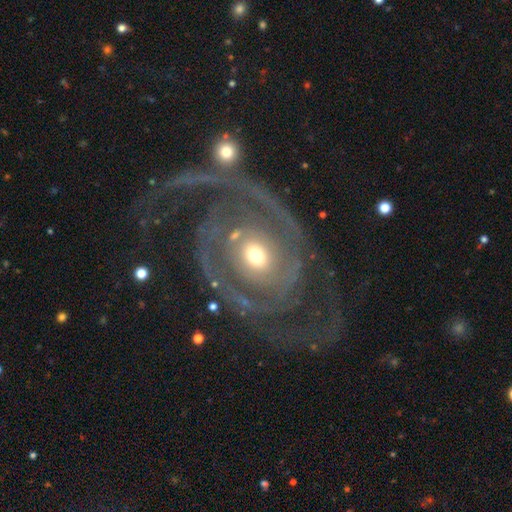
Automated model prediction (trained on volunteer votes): Smooth or featured: featured or disk — 86% (smooth — 9%)
Edge-on disk: no — 97% (yes — 3%)
Bar: no — 74% (weak — 18%)
Spiral arms: yes — 89% (no — 11%)
Spiral winding: tight — 58% (medium — 29%)
Spiral arm count: 2 — 38% (can't tell — 24%)
Bulge size: moderate — 50% (small — 40%)
Merging: none — 61% (major disturbance — 20%)